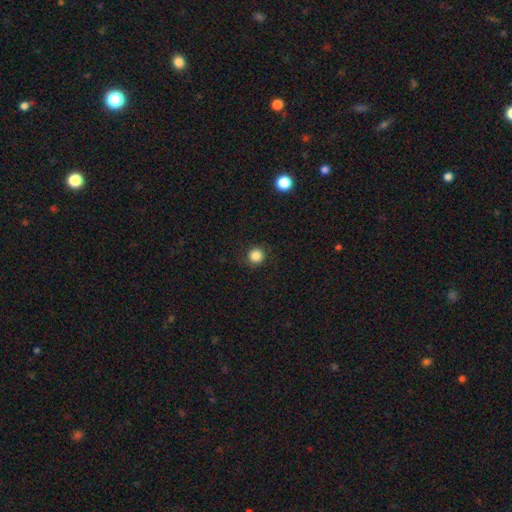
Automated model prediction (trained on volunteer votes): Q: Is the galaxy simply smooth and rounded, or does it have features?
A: smooth — 85%.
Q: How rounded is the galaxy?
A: round — 94%.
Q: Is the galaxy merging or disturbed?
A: none — 90%.